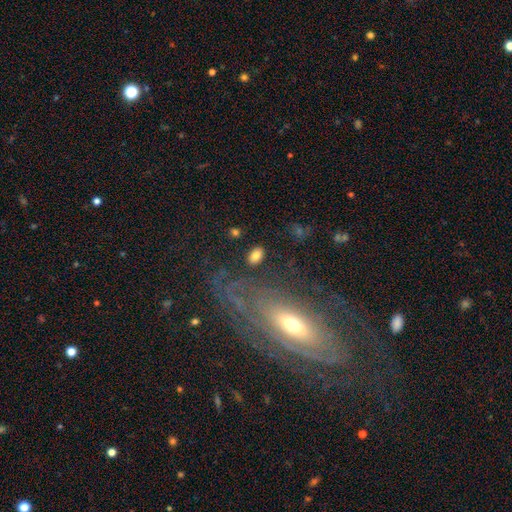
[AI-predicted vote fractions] Smooth or featured? Predicted: smooth (p=0.80). How rounded? Predicted: in between (p=0.87). Merging? Predicted: none (p=0.84).